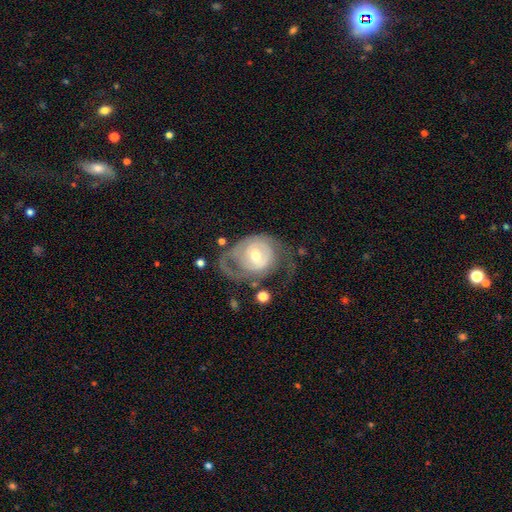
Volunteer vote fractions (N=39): Volunteers were most divided on "merging": major disturbance: 42%, none: 34%, minor disturbance: 16%, merger: 8%. More confident: edge-on disk — no (97%); smooth or featured — featured or disk (82%); spiral arms — yes (77%); spiral winding — tight (67%); bulge size — moderate (61%); bar — no (52%); spiral arm count — 2 (50%).